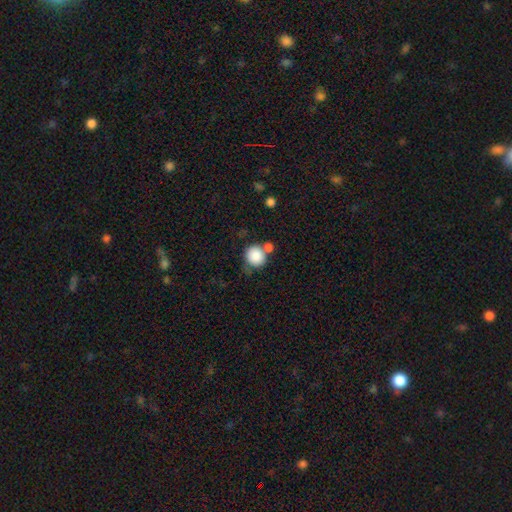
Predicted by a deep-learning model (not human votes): Smooth or featured? Predicted: smooth (p=0.85). How rounded? Predicted: round (p=0.89). Merging? Predicted: none (p=0.54).